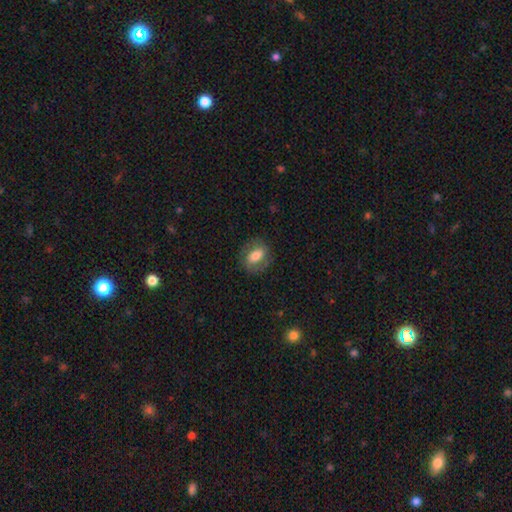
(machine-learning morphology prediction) Smooth or featured? Predicted: smooth (p=0.62). How rounded? Predicted: in between (p=0.72). Merging? Predicted: none (p=0.79).